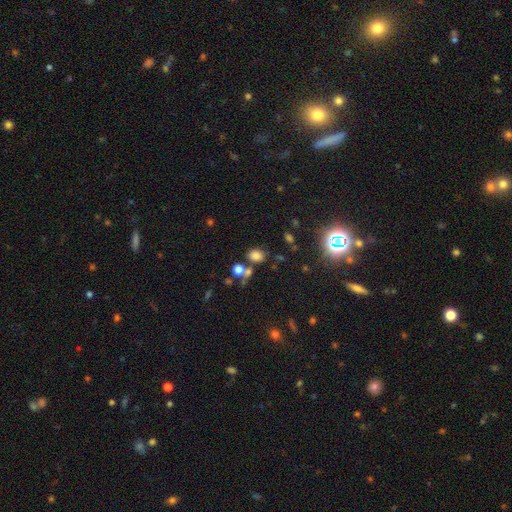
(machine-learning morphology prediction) smooth-or-featured: smooth: 74% | star or artifact: 19% | featured or disk: 7%
  how-rounded: in between: 62% | round: 37% | cigar-shaped: 1%
  merging: none: 63% | merger: 19% | minor disturbance: 12% | major disturbance: 6%